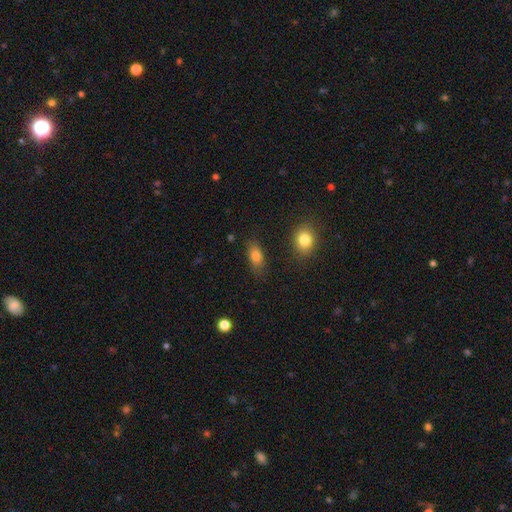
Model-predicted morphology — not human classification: This appears to be a smooth galaxy with no disk features (81%) that is in between round and cigar-shaped (85%). Merging: none (79%).